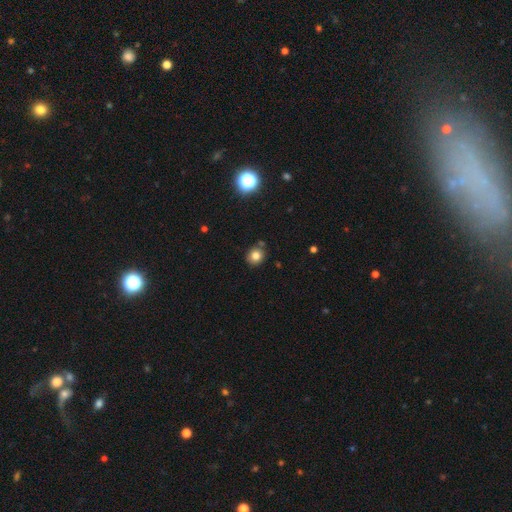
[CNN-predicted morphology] Overall: smooth (79%). How rounded: round (80%). Merging: none (81%).